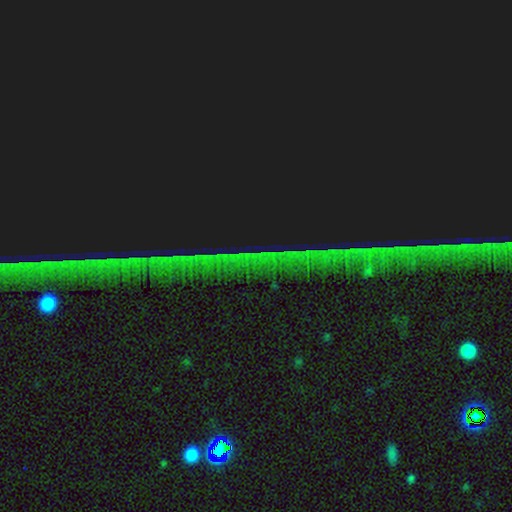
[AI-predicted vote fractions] This is clearly a star or artifact rather than a galaxy (85%).